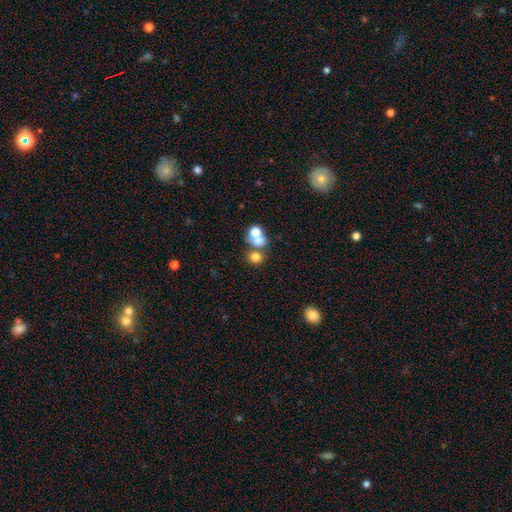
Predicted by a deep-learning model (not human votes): Morphology: type=smooth (61%); roundness=round (70%); merging=merger (47%).